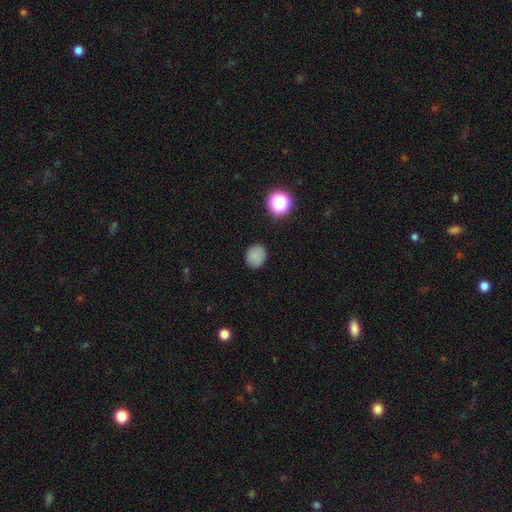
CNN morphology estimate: Smooth or featured? Predicted: smooth (p=0.81). How rounded? Predicted: round (p=0.80). Merging? Predicted: none (p=0.85).